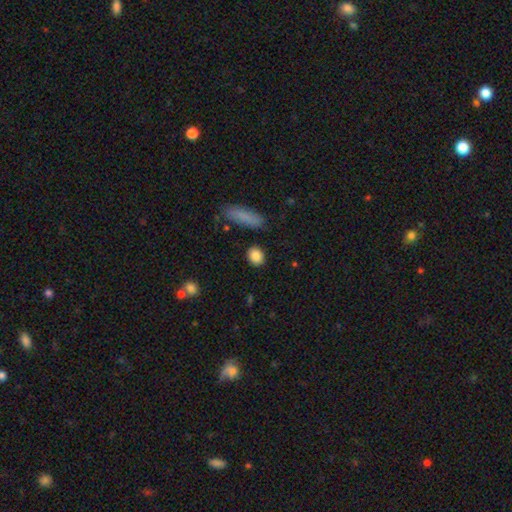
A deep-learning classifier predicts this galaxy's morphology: A smooth galaxy with no disk features (87%) that is round (57%). Merging: none (87%).